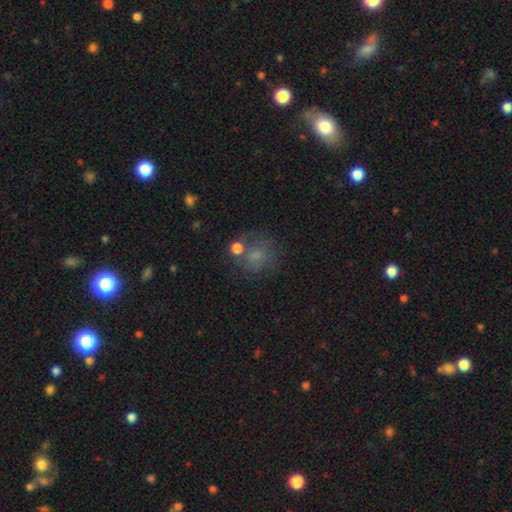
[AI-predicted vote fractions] This appears to be a smooth galaxy with no disk features (64%) that is round (82%). Merging: none (62%).